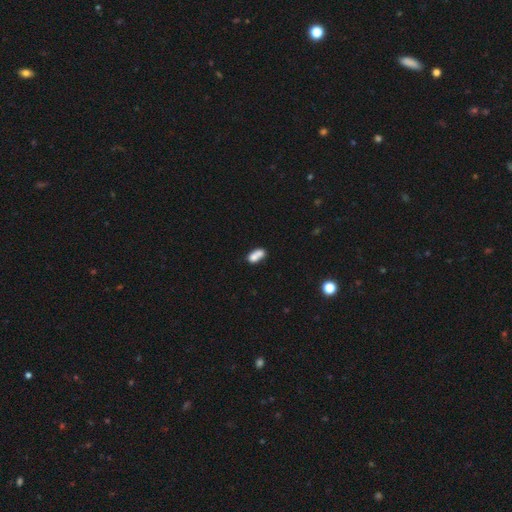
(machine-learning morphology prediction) Smooth or featured? smooth (73%)
How rounded? in between (80%)
Merging? merger (53%)